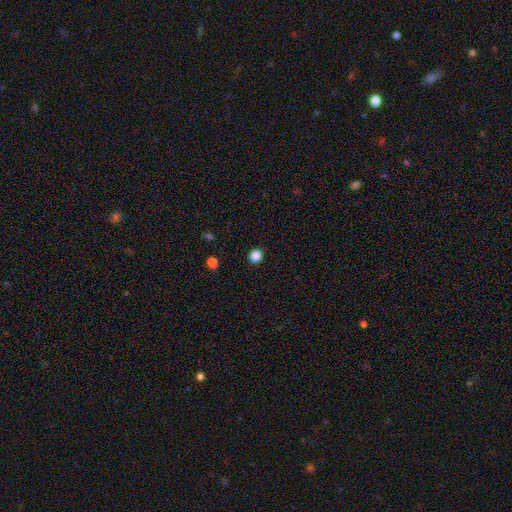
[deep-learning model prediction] smooth-or-featured: smooth: 86% | star or artifact: 11% | featured or disk: 3%
  how-rounded: round: 85% | in between: 14% | cigar-shaped: 1%
  merging: none: 92% | minor disturbance: 5% | major disturbance: 2% | merger: 1%